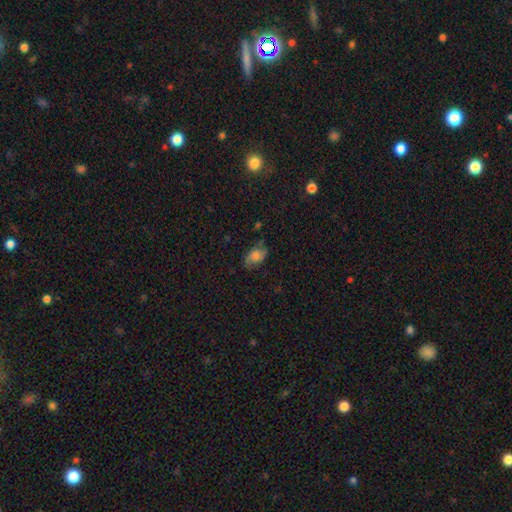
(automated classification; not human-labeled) smooth_or_featured: smooth (p=0.60) [alt: featured or disk p=0.30]
how_rounded: in between (p=0.86) [alt: round p=0.12]
merging: none (p=0.68) [alt: minor disturbance p=0.23]